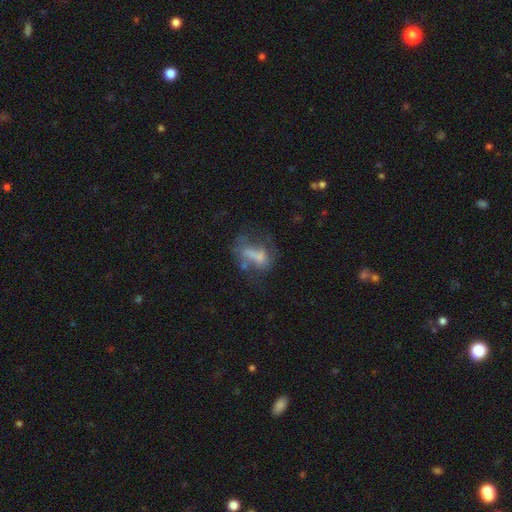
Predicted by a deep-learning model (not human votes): smooth_or_featured: featured or disk (p=0.43) [tied with: smooth p=0.43]
merging: major disturbance (p=0.34) [alt: none p=0.30]